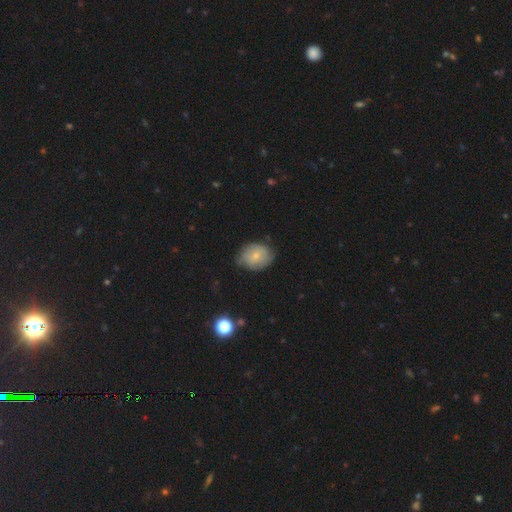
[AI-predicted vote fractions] This is likely a smooth galaxy (64%). How rounded: possibly in between (54%). Merging: likely none (63%).